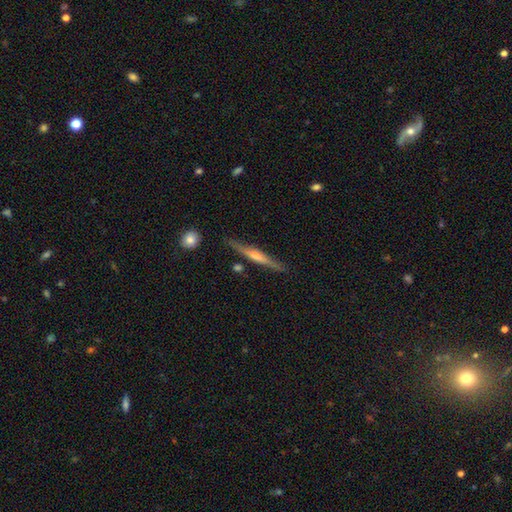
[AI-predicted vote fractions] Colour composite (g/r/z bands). It shows a featured or disk galaxy (68%) viewed edge-on (97%) with a rounded central bulge (66%). Merging: none (88%).